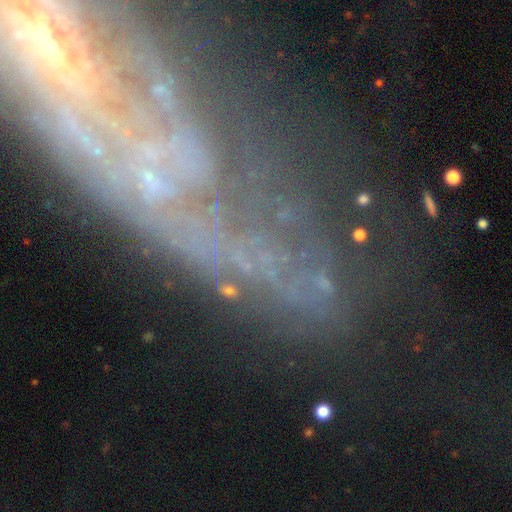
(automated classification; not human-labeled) Smooth or featured: featured or disk — 56% (star or artifact — 27%)
Edge-on disk: no — 80% (yes — 20%)
Merging: none — 51% (major disturbance — 22%)